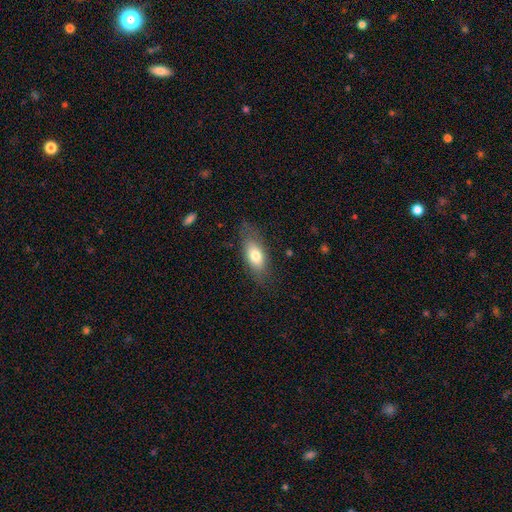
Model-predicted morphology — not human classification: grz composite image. It shows a smooth galaxy with no disk features (74%) that is in between round and cigar-shaped (82%). Merging: none (74%).